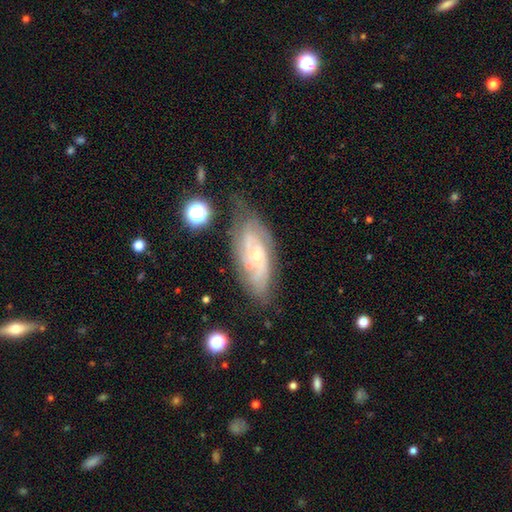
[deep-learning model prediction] A featured or disk galaxy (78%) with no bar (66%), 2 (38%) tight (53%) spiral arms (90%) and a small central bulge (72%).

Vote fractions:
- Smooth or featured? featured or disk: 78% / smooth: 14% / star or artifact: 8%
- Edge-on disk? no: 91% / yes: 9%
- Bar? no: 66% / weak: 27% / strong: 6%
- Spiral arms? yes: 90% / no: 10%
- Spiral winding? tight: 53% / medium: 37% / loose: 10%
- Spiral arm count? 2: 38% / can't tell: 37% / 3: 13% / 4: 5% / 1: 4% / more than 4: 3%
- Bulge size? small: 72% / moderate: 25% / none: 2% / large: 1% / dominant: 1%
- Merging? none: 65% / minor disturbance: 23% / major disturbance: 8% / merger: 4%